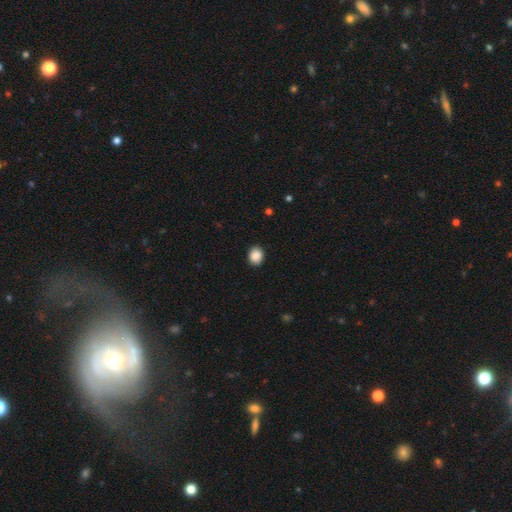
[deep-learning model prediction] Overall: smooth (89%). How rounded: round (60%; in between 39%). Merging: none (88%).